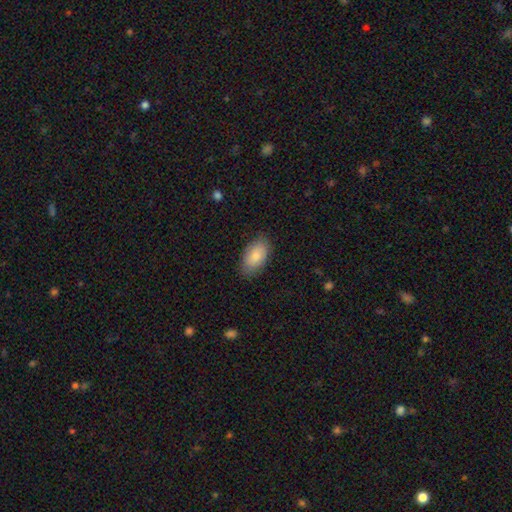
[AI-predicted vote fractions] smooth-or-featured: smooth: 83% | featured or disk: 11% | star or artifact: 6%
  how-rounded: in between: 93% | round: 5% | cigar-shaped: 2%
  merging: none: 82% | minor disturbance: 14% | major disturbance: 3% | merger: 1%